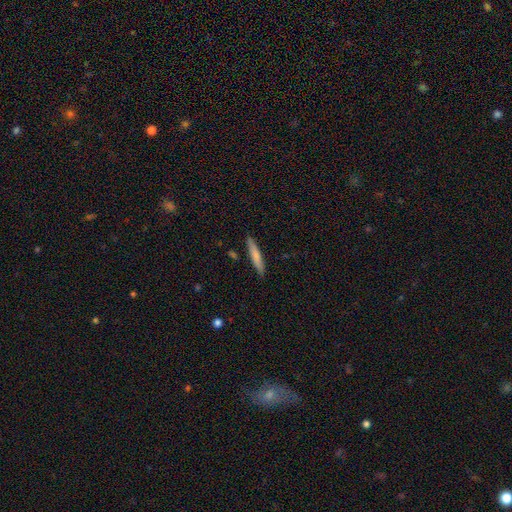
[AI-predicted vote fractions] Smooth or featured: smooth — 75% (featured or disk — 19%)
How rounded: cigar-shaped — 92% (in between — 6%)
Merging: none — 89% (minor disturbance — 8%)